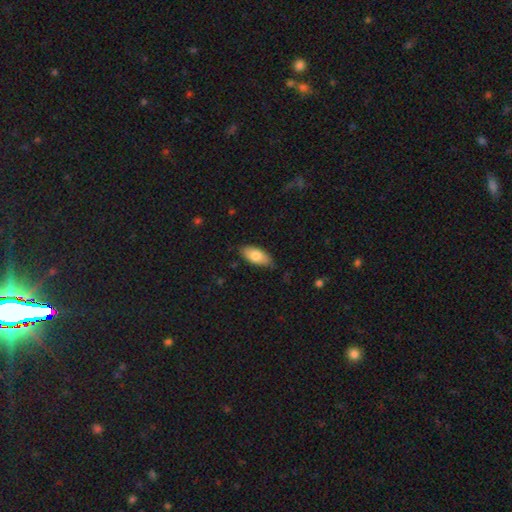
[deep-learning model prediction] The model was most divided on "merging": none: 79%, minor disturbance: 17%, major disturbance: 3%, merger: 1%. More confident: how rounded — in between (88%); smooth or featured — smooth (80%).